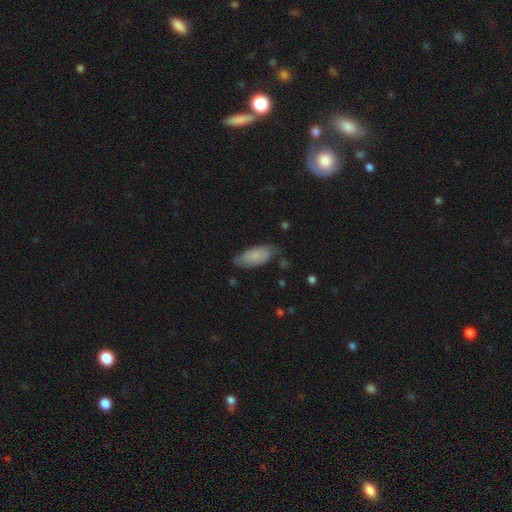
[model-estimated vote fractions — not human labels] smooth 77%, featured or disk 17%, star or artifact 6%. Down the decision tree: how rounded — in between (85%); merging — none (66%).